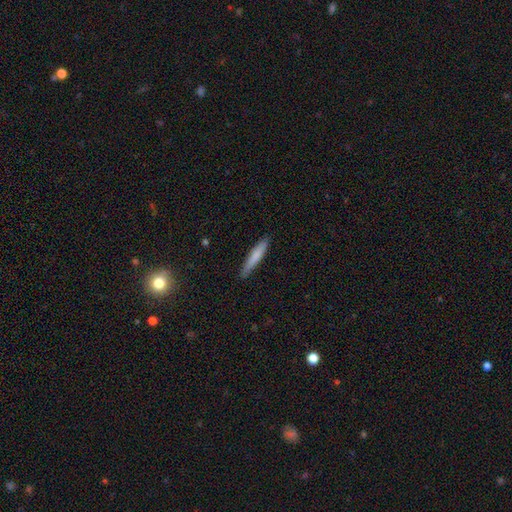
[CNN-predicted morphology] Smooth or featured? Predicted: smooth (p=0.74). How rounded? Predicted: cigar-shaped (p=0.93). Merging? Predicted: none (p=0.87).